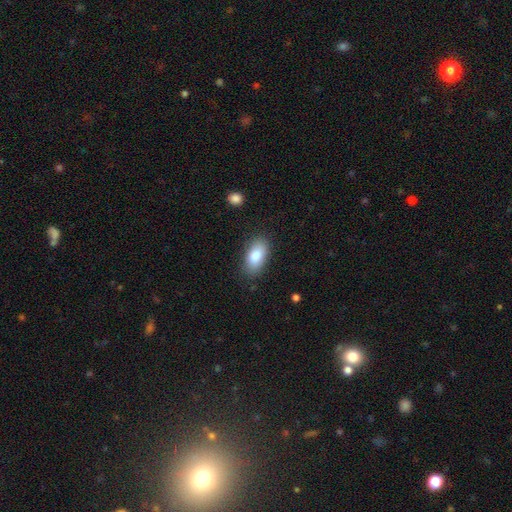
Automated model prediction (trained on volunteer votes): This is clearly a smooth galaxy (84%). How rounded: clearly in between (93%). Merging: clearly none (83%).